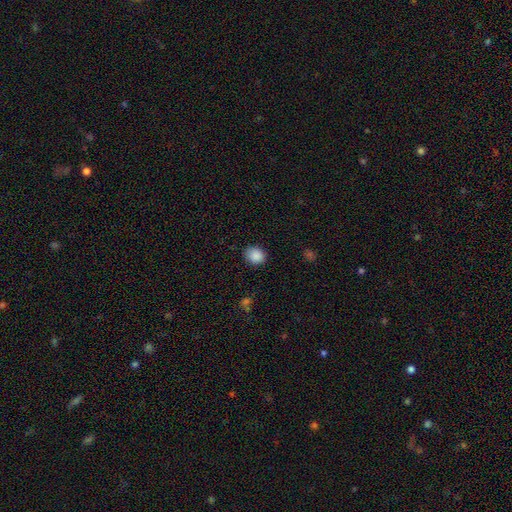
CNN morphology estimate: This is clearly a smooth galaxy (88%). How rounded: likely round (65%). Merging: clearly none (82%).